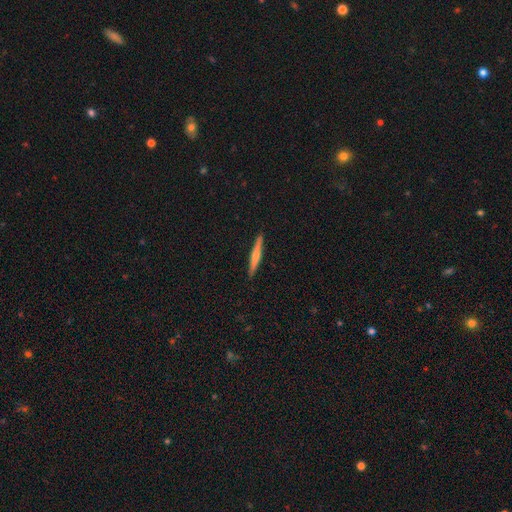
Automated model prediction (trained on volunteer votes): This appears to be a featured or disk galaxy (51%) viewed edge-on (98%). Merging: none (92%).